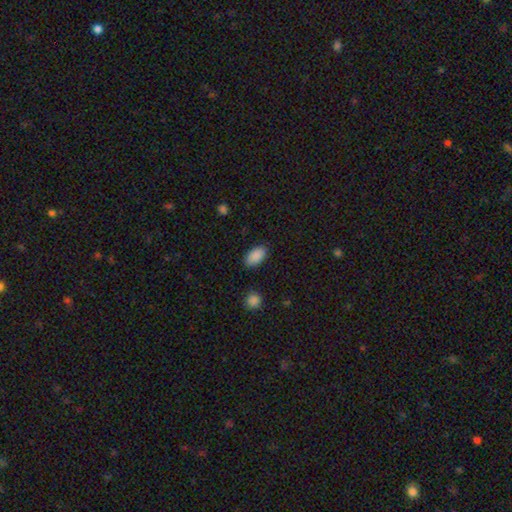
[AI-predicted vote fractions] This appears to be a smooth galaxy with no disk features (89%) that is in between round and cigar-shaped (93%). Merging: none (86%).